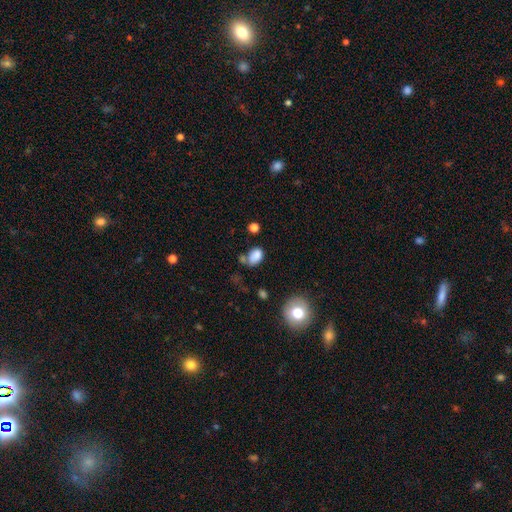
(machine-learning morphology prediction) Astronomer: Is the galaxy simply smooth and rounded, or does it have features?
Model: smooth — 82%.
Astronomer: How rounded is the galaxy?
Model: in between — 81%.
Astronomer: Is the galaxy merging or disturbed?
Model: none — 49%.